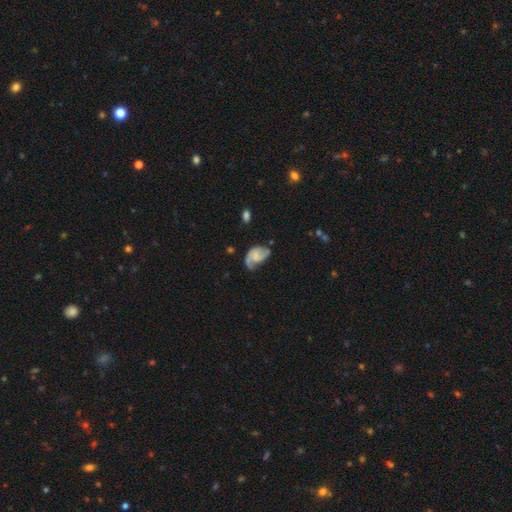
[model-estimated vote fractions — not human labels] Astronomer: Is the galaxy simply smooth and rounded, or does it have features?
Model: featured or disk — 67%.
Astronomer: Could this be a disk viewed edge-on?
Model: no — 98%.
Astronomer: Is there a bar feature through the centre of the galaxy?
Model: no — 55% (runner-up: weak, 37%).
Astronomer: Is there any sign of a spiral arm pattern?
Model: yes — 89%.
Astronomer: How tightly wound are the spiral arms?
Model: medium — 43% (runner-up: loose, 33%).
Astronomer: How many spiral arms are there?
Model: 2 — 68%.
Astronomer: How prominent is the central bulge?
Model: none — 50% (runner-up: small, 31%).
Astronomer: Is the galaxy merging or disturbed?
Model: none — 44% (runner-up: minor disturbance, 31%).